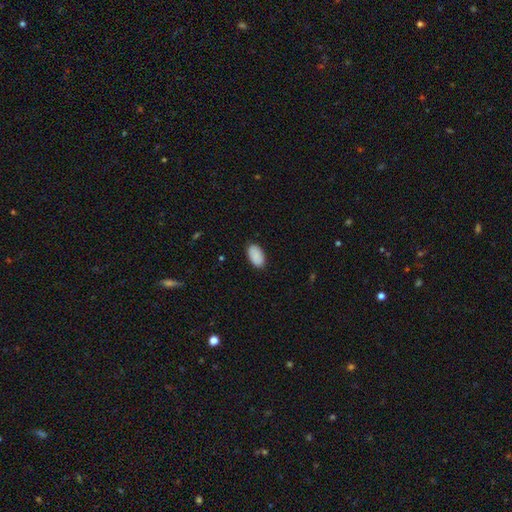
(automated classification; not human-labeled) A smooth galaxy with no disk features (89%) that is in between round and cigar-shaped (95%).

Vote fractions:
- Smooth or featured? smooth: 89% / star or artifact: 6% / featured or disk: 4%
- How rounded? in between: 95% / round: 4% / cigar-shaped: 1%
- Merging? none: 87% / minor disturbance: 10% / major disturbance: 2% / merger: 1%